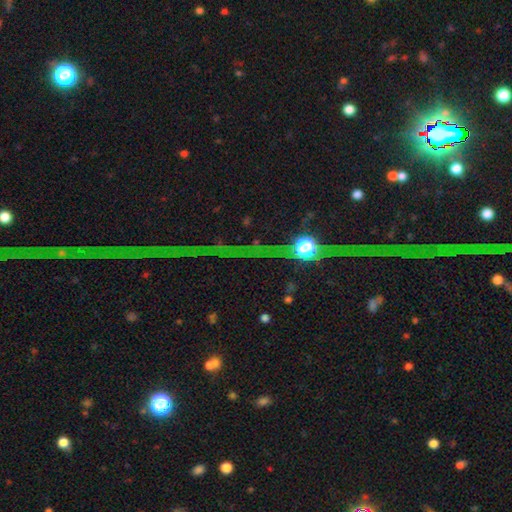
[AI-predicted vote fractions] star or artifact 76%, featured or disk 14%, smooth 9%.